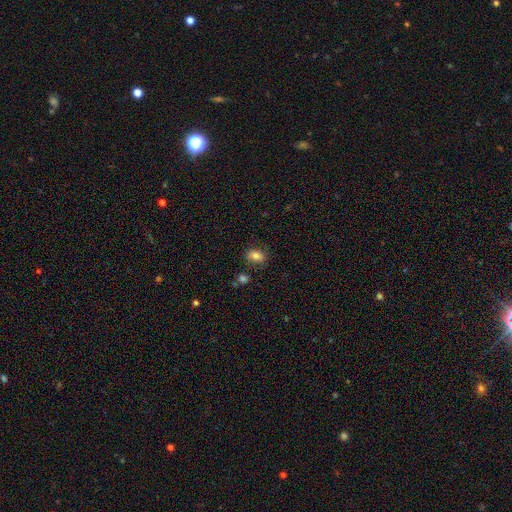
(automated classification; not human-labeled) Q: Smooth or featured?
A: smooth (79%); runner-up: featured or disk (11%)
Q: How rounded?
A: in between (74%); runner-up: round (25%)
Q: Merging?
A: none (77%); runner-up: minor disturbance (14%)